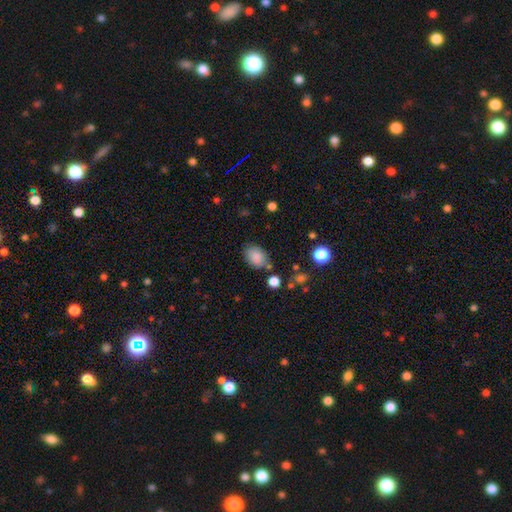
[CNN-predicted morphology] A smooth galaxy with no disk features (86%) that is in between round and cigar-shaped (71%). Merging: none (74%).